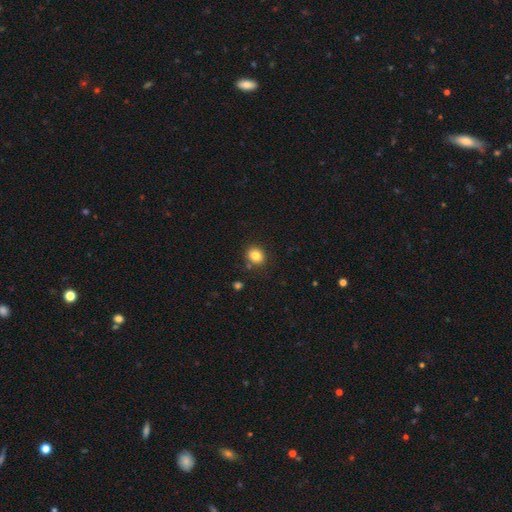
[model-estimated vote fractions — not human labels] Smooth or featured? Predicted: smooth (p=0.82). How rounded? Predicted: round (p=0.68). Merging? Predicted: none (p=0.83).